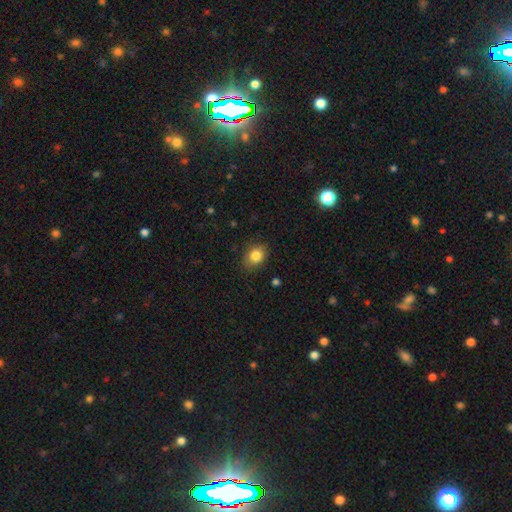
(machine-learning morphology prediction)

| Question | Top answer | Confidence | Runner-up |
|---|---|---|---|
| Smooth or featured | smooth | 83% | star or artifact (9%) |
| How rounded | in between | 58% | round (41%) |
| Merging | none | 83% | minor disturbance (13%) |